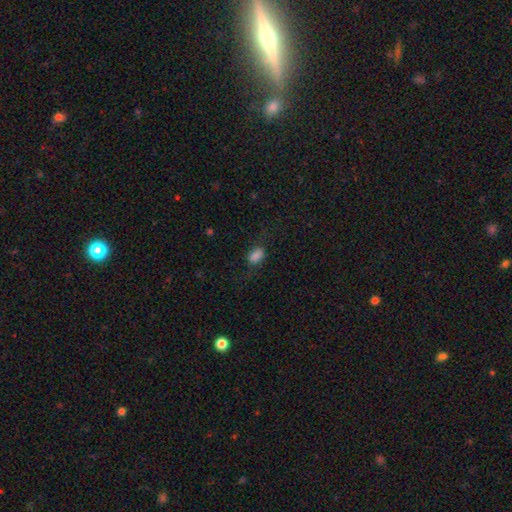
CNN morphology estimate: A smooth galaxy with no disk features (82%) that is in between round and cigar-shaped (85%). Merging: none (63%).